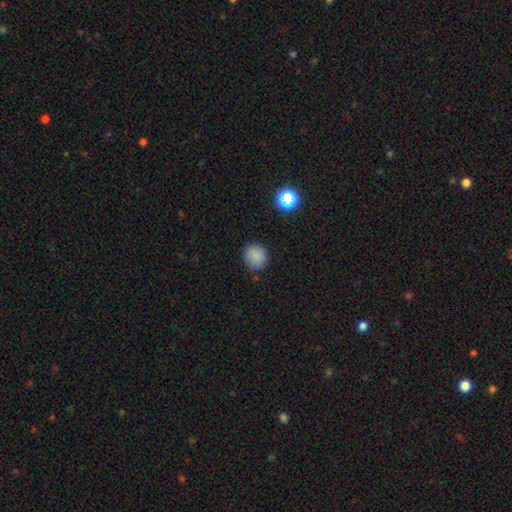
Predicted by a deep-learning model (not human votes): This is clearly a smooth galaxy (82%). How rounded: clearly round (85%). Merging: clearly none (83%).